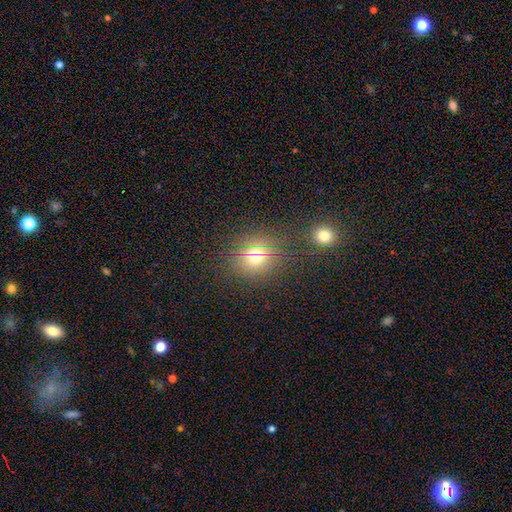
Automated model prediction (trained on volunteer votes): Overall: smooth (62%; star or artifact 28%). How rounded: round (83%). Merging: none (84%).